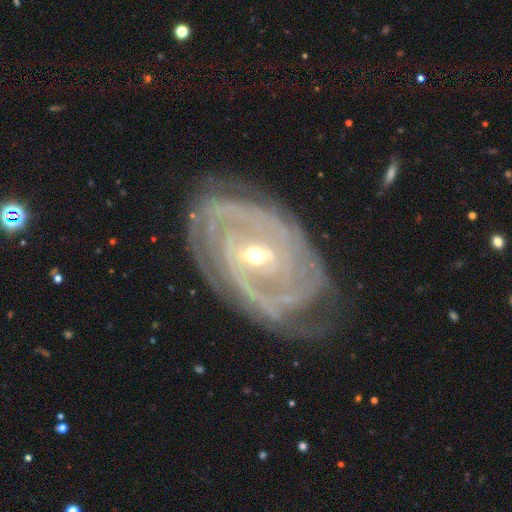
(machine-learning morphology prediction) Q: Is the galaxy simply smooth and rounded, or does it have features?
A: featured or disk — 90%.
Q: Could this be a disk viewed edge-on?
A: no — 95%.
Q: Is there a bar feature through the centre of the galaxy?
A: weak — 45%.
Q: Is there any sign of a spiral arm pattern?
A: yes — 95%.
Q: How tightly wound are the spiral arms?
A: tight — 73%.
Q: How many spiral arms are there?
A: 2 — 31%.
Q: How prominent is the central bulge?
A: moderate — 52%.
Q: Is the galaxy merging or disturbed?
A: none — 68%.